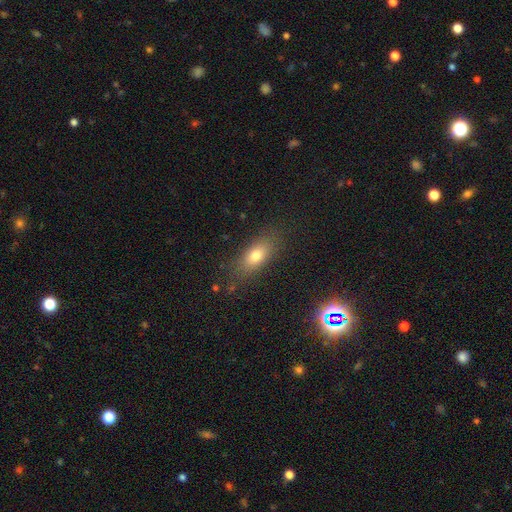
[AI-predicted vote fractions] A smooth galaxy with no disk features (71%) that is in between round and cigar-shaped (72%). Merging: none (82%).